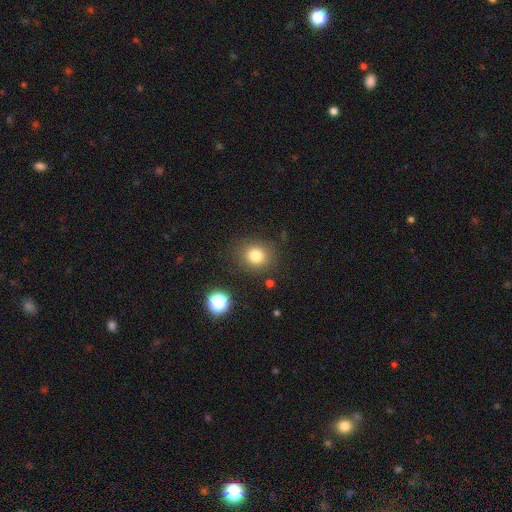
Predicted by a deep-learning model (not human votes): Smooth or featured? smooth (80%)
How rounded? round (79%)
Merging? none (84%)